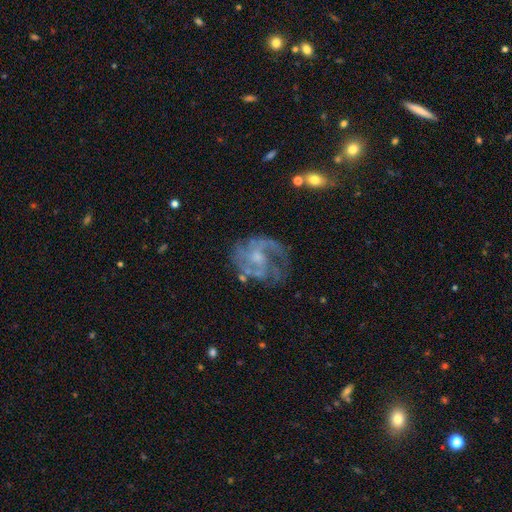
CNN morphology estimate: Smooth or featured?
  - featured or disk: 79% *
  - smooth: 13%
  - star or artifact: 8%
Edge-on disk?
  - no: 98% *
  - yes: 2%
Bar?
  - no: 62% *
  - weak: 32%
  - strong: 6%
Spiral arms?
  - yes: 83% *
  - no: 17%
Spiral winding?
  - medium: 45% *
  - tight: 29%
  - loose: 26%
Spiral arm count?
  - 2: 36% *
  - can't tell: 27%
  - 3: 17%
  - 1: 12%
  - 4: 5%
  - more than 4: 4%
Bulge size?
  - small: 43% *
  - moderate: 37%
  - none: 15%
  - large: 3%
  - dominant: 1%
Merging?
  - none: 55% *
  - major disturbance: 22%
  - minor disturbance: 20%
  - merger: 4%